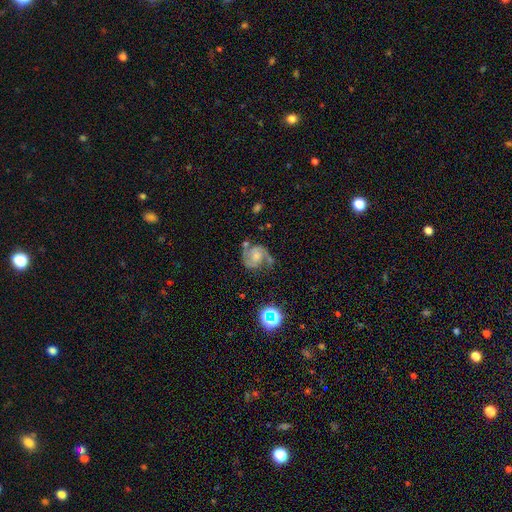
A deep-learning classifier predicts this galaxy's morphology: Overall: featured or disk (79%). Edge-on disk: no (98%). Bar: no (59%; weak 33%). Spiral arms: yes (96%). Spiral arm count: 2 (85%). Spiral winding: medium (54%; tight 29%). Bulge size: small (43%; moderate 38%). Merging: none (55%; minor disturbance 23%).